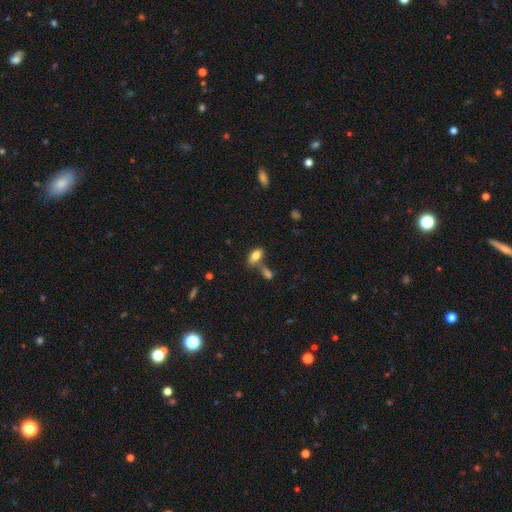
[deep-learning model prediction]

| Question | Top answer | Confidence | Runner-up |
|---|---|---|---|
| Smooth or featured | smooth | 78% | featured or disk (13%) |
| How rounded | in between | 88% | cigar-shaped (8%) |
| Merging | none | 49% | merger (31%) |